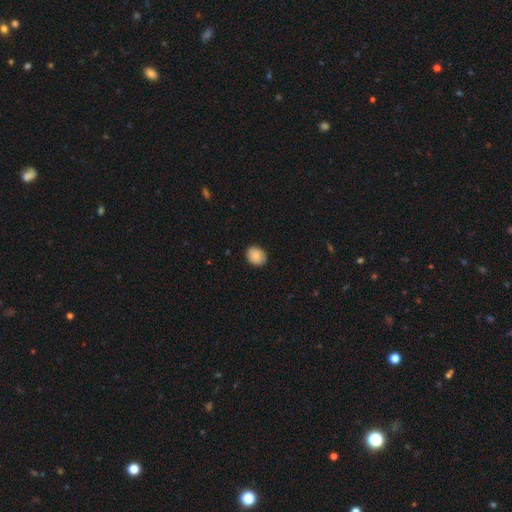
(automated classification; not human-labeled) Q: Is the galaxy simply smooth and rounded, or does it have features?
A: smooth — 83%.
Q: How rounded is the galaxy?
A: round — 55%.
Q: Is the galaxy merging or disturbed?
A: none — 87%.